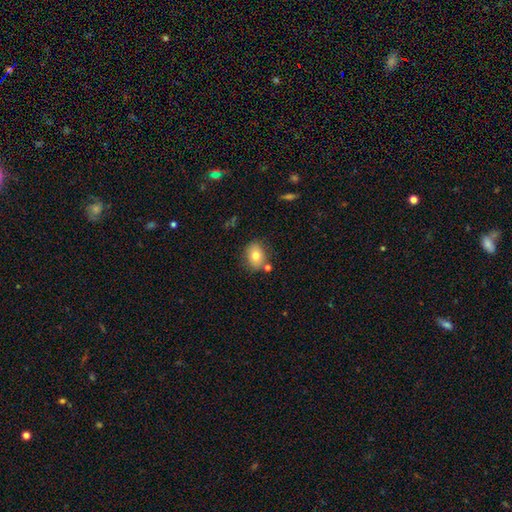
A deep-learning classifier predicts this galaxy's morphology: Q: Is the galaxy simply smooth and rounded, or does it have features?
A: smooth — 77%.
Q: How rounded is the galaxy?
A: in between — 57%.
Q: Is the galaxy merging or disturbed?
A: none — 77%.